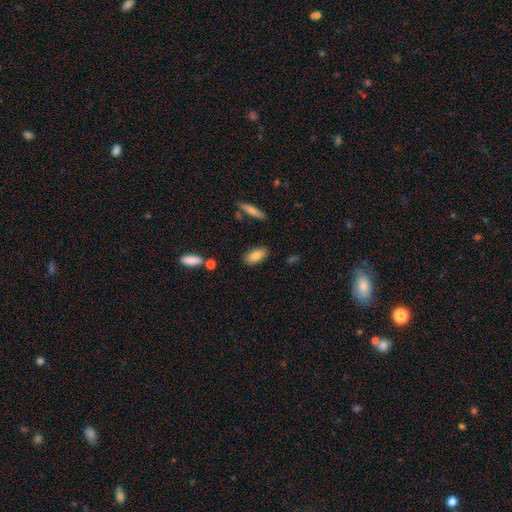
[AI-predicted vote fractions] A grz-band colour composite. It shows a smooth galaxy with no disk features (83%) that is in between round and cigar-shaped (86%). Merging: none (82%).